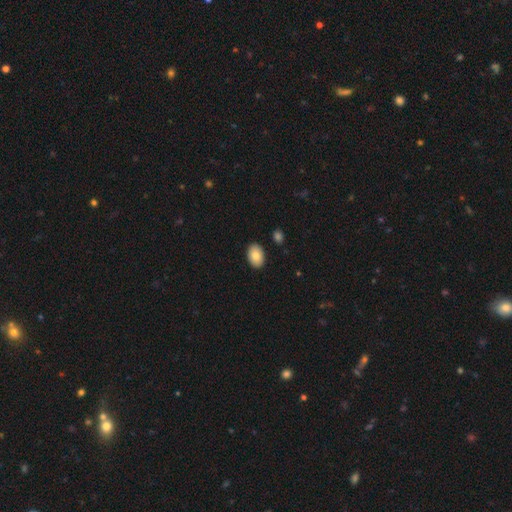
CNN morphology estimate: type=smooth (83%); roundness=in between (89%); merging=none (89%).